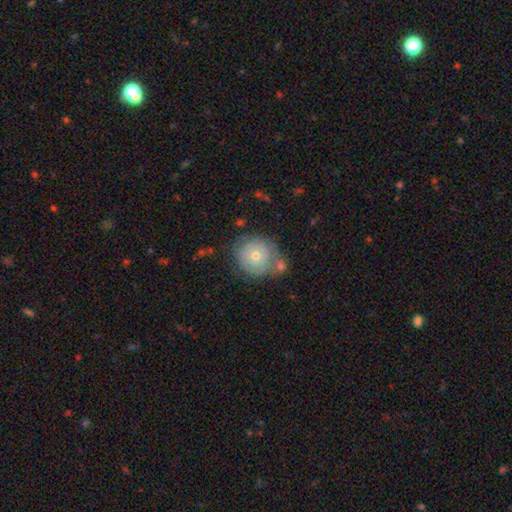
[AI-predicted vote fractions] This is possibly a smooth galaxy (51%). How rounded: clearly round (91%). Merging: likely none (62%).